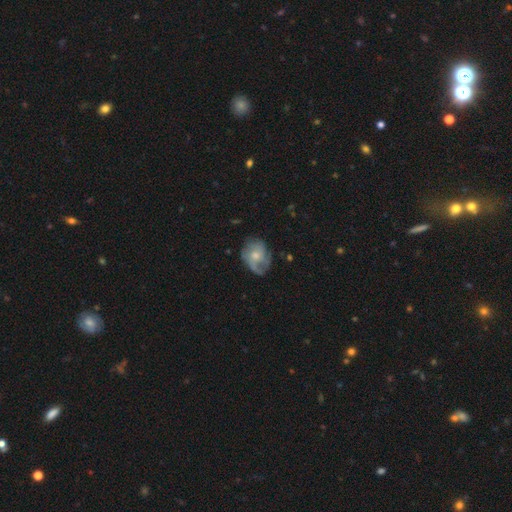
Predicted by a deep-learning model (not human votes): This is possibly a featured or disk galaxy (50%). Merging: possibly none (53%).